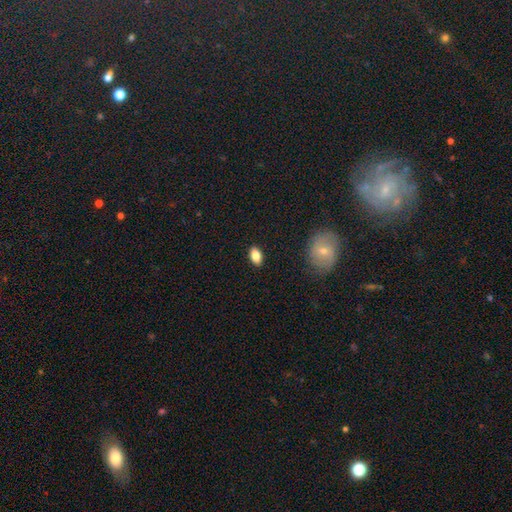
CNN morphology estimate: Smooth or featured: smooth — 81% (featured or disk — 10%)
How rounded: in between — 89% (round — 7%)
Merging: none — 89% (minor disturbance — 8%)